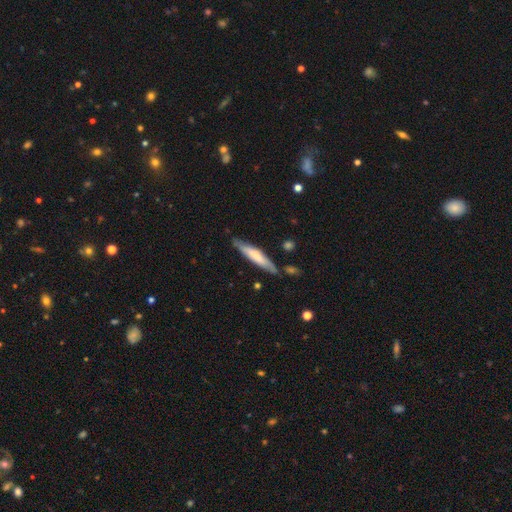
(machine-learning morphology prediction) smooth 60%, featured or disk 35%, star or artifact 5%. Down the decision tree: how rounded — cigar-shaped (86%); merging — none (78%).